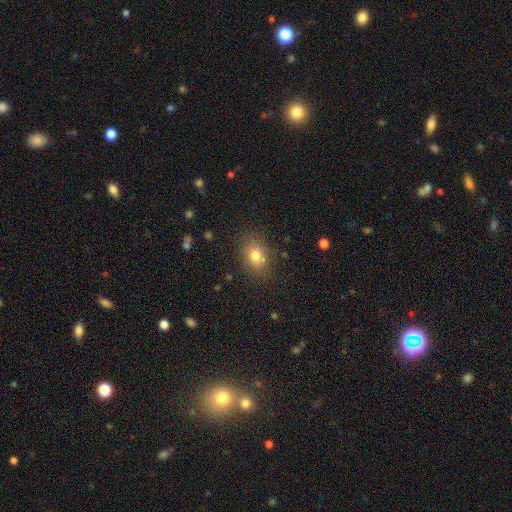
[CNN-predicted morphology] This appears to be a smooth galaxy with no disk features (79%) that is in between round and cigar-shaped (60%). Merging: none (85%).